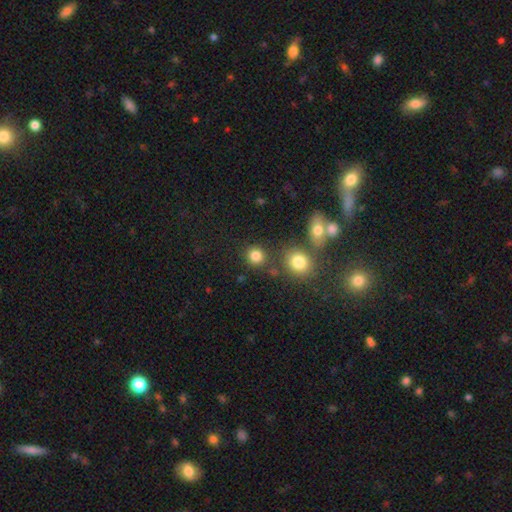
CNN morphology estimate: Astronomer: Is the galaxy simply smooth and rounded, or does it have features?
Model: smooth — 82%.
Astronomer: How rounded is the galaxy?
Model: round — 87%.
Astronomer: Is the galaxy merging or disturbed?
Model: none — 81%.